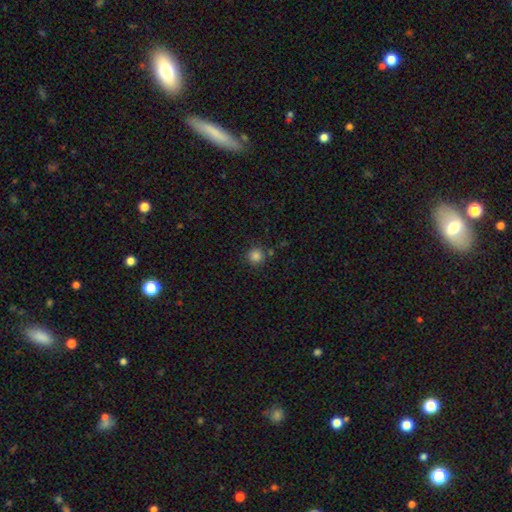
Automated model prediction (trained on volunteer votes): Overall: smooth (83%). How rounded: round (94%). Merging: none (82%).